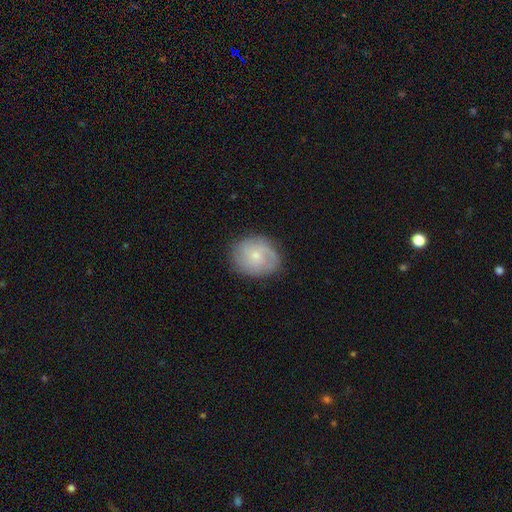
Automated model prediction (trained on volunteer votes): Smooth or featured: featured or disk — 48% (smooth — 45%)
Merging: none — 79% (minor disturbance — 16%)